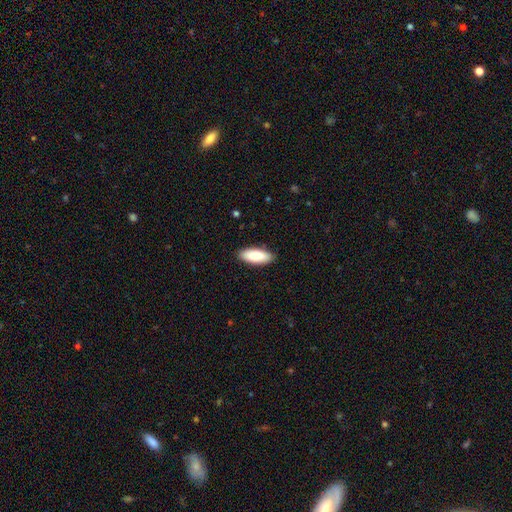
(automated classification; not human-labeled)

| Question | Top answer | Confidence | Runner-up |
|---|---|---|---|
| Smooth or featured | smooth | 85% | featured or disk (9%) |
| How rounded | in between | 76% | cigar-shaped (23%) |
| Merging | none | 88% | minor disturbance (9%) |